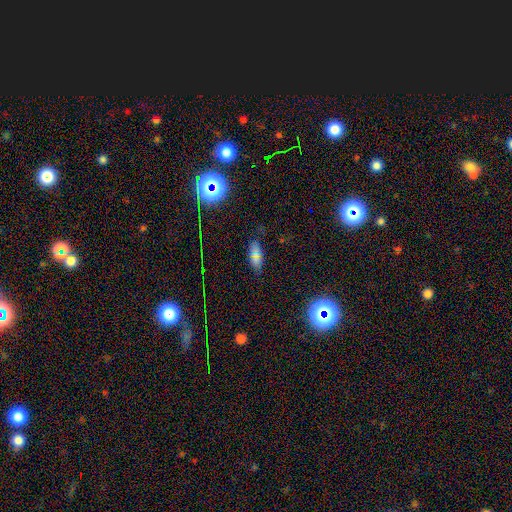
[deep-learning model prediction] Morphology: type=smooth (63%); roundness=in between (83%); merging=none (79%).